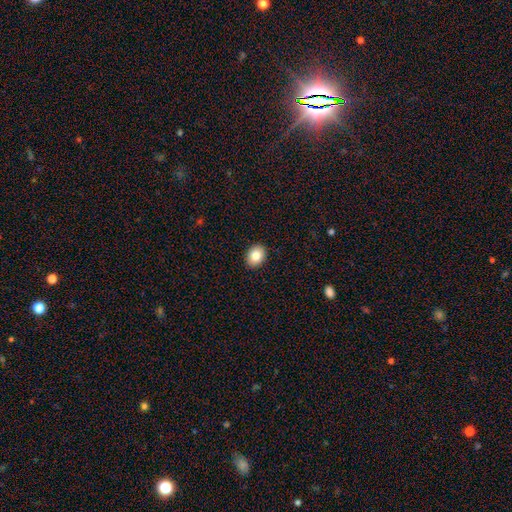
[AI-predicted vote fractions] Smooth or featured: smooth — 82% (featured or disk — 10%)
How rounded: in between — 57% (round — 43%)
Merging: none — 91% (minor disturbance — 6%)